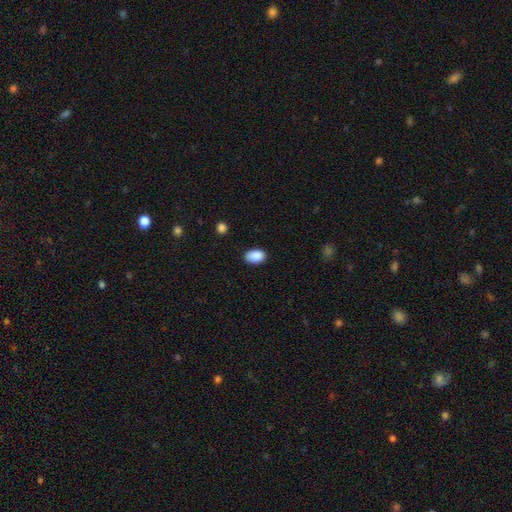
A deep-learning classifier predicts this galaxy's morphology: Overall: smooth (89%). How rounded: in between (87%). Merging: none (83%).